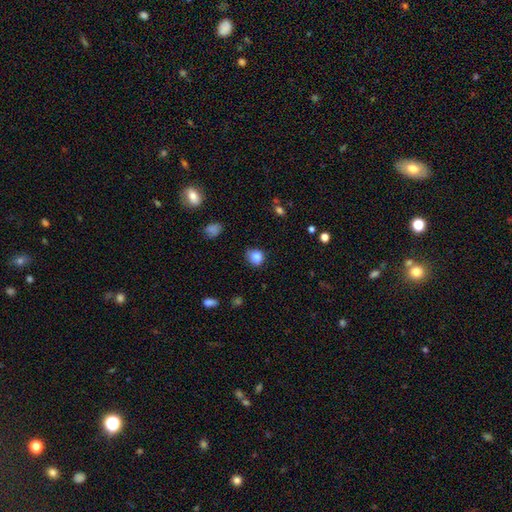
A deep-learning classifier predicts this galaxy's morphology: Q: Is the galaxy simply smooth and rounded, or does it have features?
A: smooth — 83%.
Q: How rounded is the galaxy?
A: round — 77%.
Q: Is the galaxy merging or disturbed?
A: none — 79%.